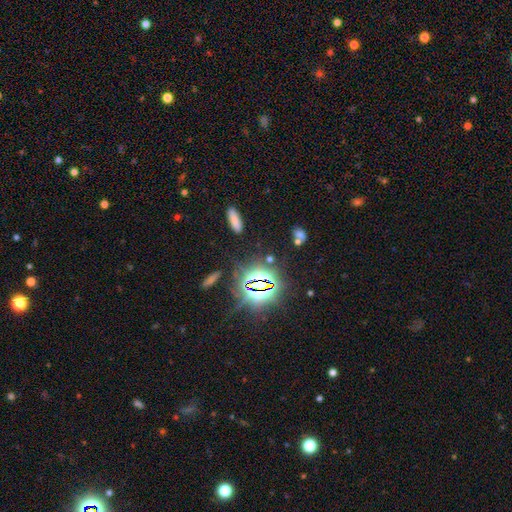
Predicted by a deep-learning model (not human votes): star or artifact 79%, smooth 12%, featured or disk 9%.